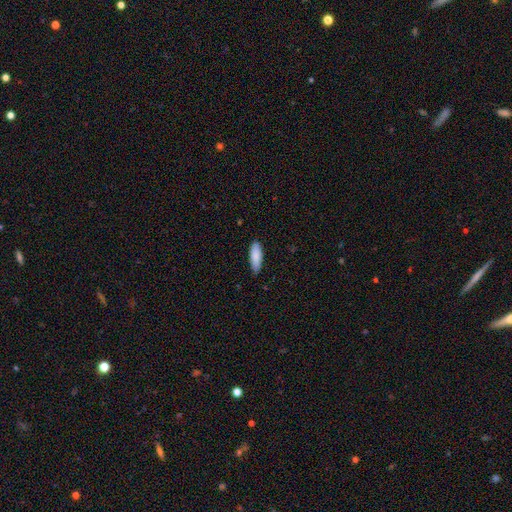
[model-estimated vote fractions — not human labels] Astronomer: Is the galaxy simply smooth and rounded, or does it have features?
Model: smooth — 88%.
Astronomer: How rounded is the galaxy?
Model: in between — 61% (runner-up: cigar-shaped, 37%).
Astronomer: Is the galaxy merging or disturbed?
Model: none — 81%.